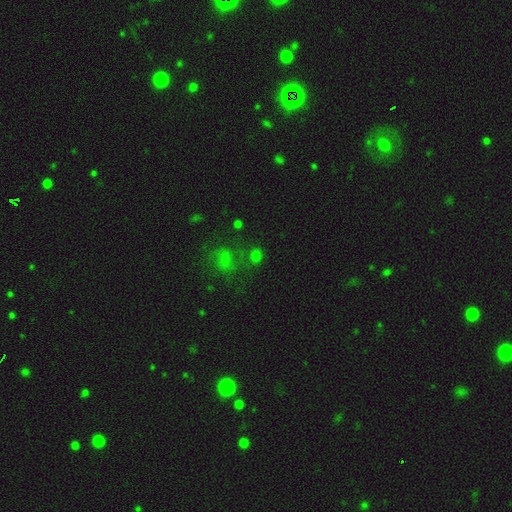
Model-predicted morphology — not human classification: A smooth galaxy with no disk features (62%) that is round (68%). Merging: none (66%).